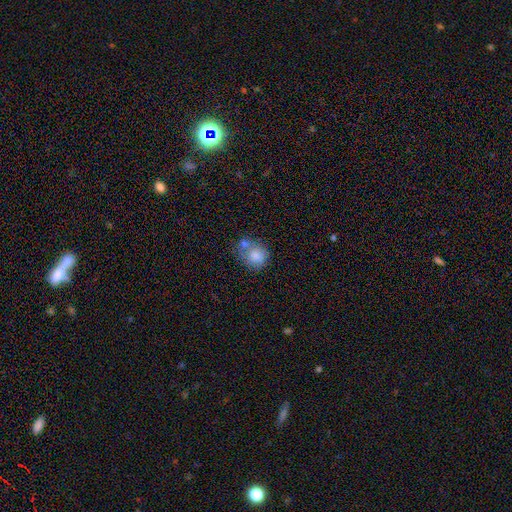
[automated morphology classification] Smooth or featured? Predicted: smooth (p=0.76). How rounded? Predicted: round (p=0.69). Merging? Predicted: none (p=0.40).